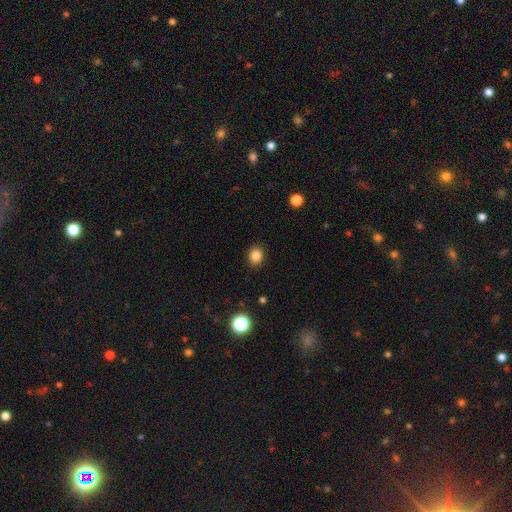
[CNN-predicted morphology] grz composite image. It shows a smooth galaxy with no disk features (84%) that is round (60%). Merging: none (90%).